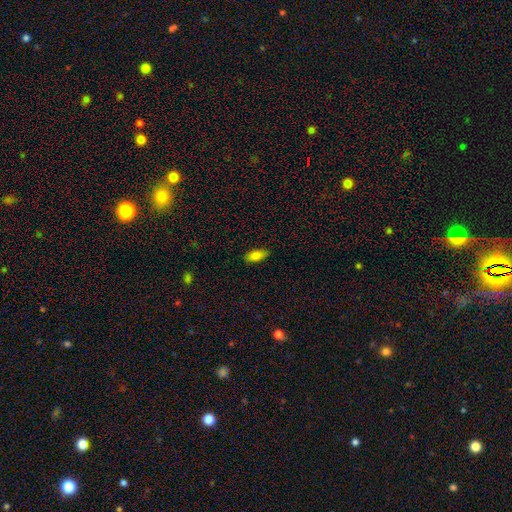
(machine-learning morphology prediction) smooth 83%, star or artifact 8%, featured or disk 8%. Down the decision tree: how rounded — in between (87%); merging — none (86%).